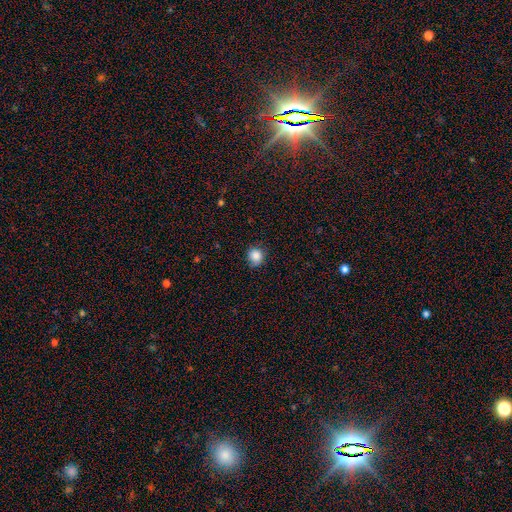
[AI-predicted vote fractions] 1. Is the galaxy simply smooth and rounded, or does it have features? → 85% smooth, 10% star or artifact, 5% featured or disk.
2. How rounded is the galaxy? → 86% round, 13% in between, 1% cigar-shaped.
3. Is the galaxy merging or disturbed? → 77% none, 18% minor disturbance, 4% major disturbance, 1% merger.